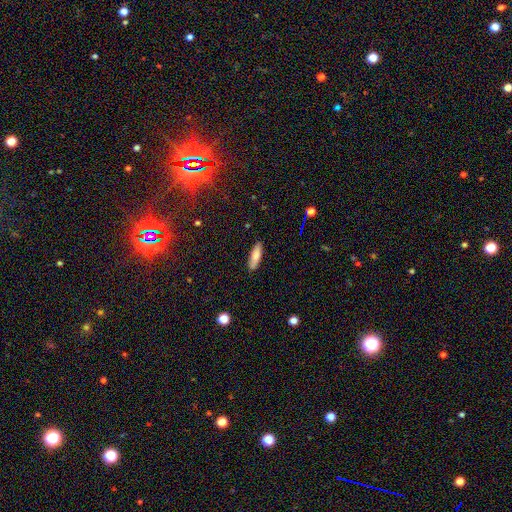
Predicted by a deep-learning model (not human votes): smooth-or-featured: smooth: 80% | featured or disk: 13% | star or artifact: 7%
  how-rounded: cigar-shaped: 59% | in between: 39% | round: 2%
  merging: none: 88% | minor disturbance: 9% | major disturbance: 2% | merger: 1%